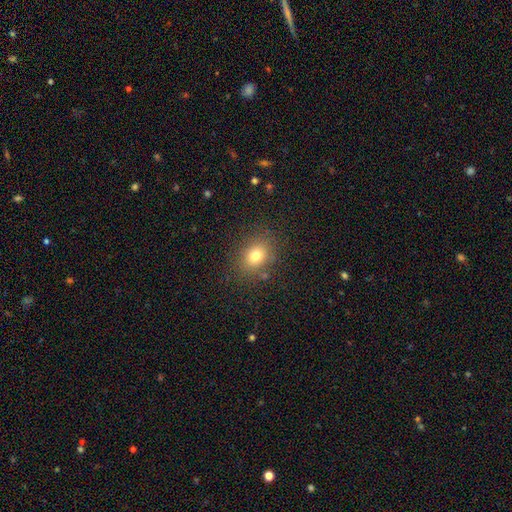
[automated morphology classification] smooth_or_featured: smooth (p=0.77) [alt: star or artifact p=0.13]
how_rounded: in between (p=0.54) [alt: round p=0.45]
merging: none (p=0.83) [alt: minor disturbance p=0.11]